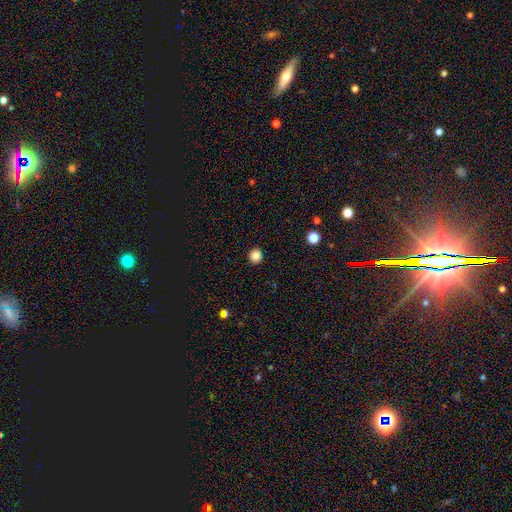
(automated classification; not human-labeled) Overall: smooth (86%). How rounded: round (87%). Merging: none (92%).